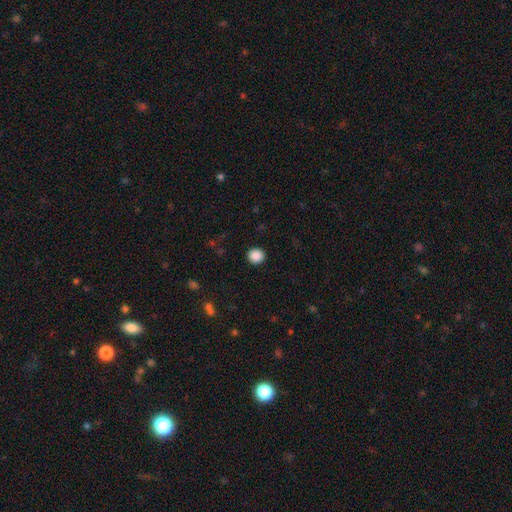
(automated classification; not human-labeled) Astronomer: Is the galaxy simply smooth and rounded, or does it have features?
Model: smooth — 89%.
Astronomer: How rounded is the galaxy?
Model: round — 88%.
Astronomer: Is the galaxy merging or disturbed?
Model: none — 92%.